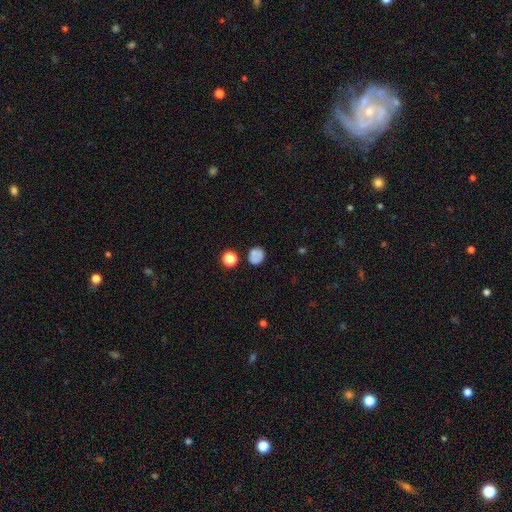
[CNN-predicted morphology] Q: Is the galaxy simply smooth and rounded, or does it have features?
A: smooth — 76%.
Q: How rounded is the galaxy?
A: round — 73%.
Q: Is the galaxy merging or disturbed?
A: none — 67%.